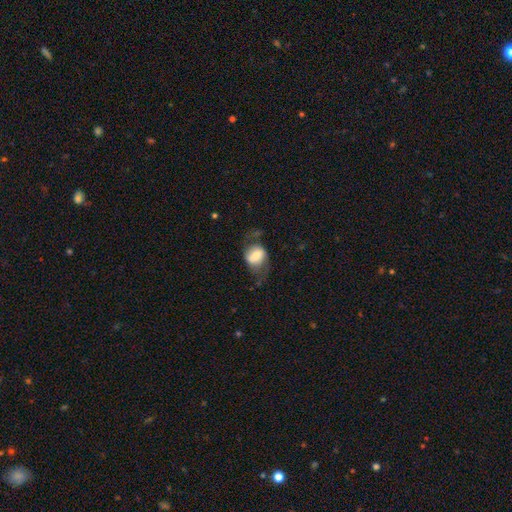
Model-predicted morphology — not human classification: Q: Smooth or featured?
A: smooth (49%); runner-up: featured or disk (43%)
Q: Merging?
A: none (48%); runner-up: minor disturbance (25%)